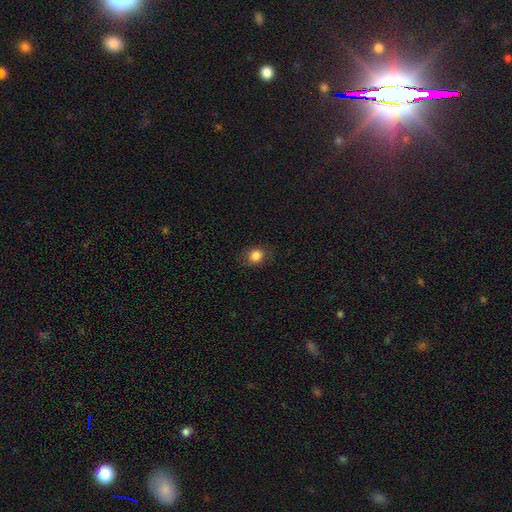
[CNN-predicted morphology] This is clearly a smooth galaxy (84%). How rounded: likely round (68%). Merging: clearly none (81%).